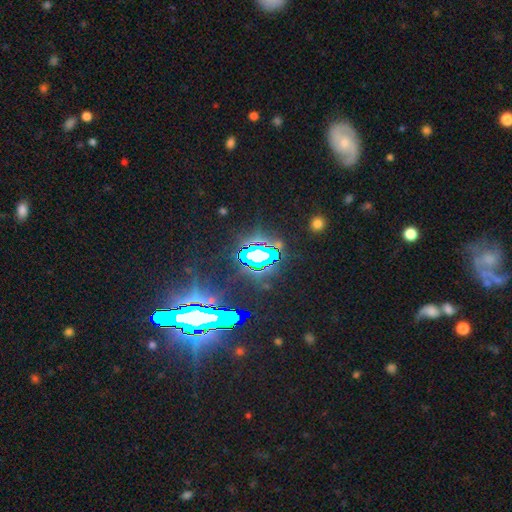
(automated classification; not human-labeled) A star or artifact, not a galaxy (76%).

Vote fractions:
- Smooth or featured? star or artifact: 76% / smooth: 13% / featured or disk: 11%